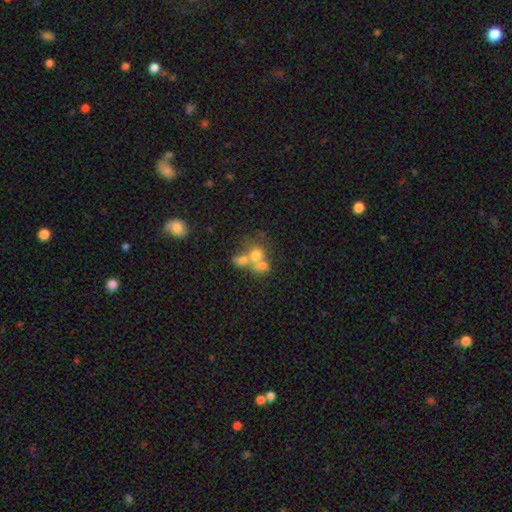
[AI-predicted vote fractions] A smooth galaxy with no disk features (61%) that is round (67%). Merging: merger (59%).